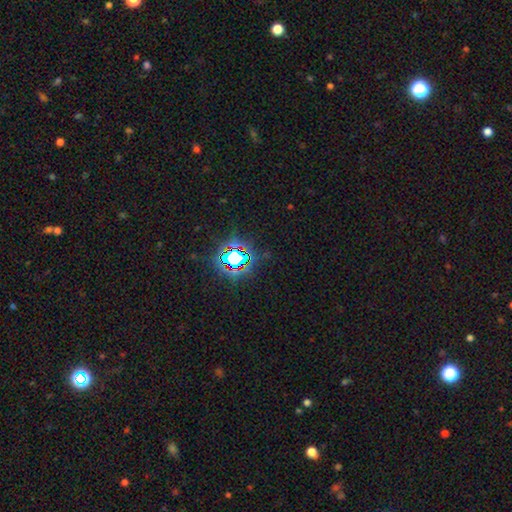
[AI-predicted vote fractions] Smooth or featured: star or artifact — 81% (smooth — 12%)